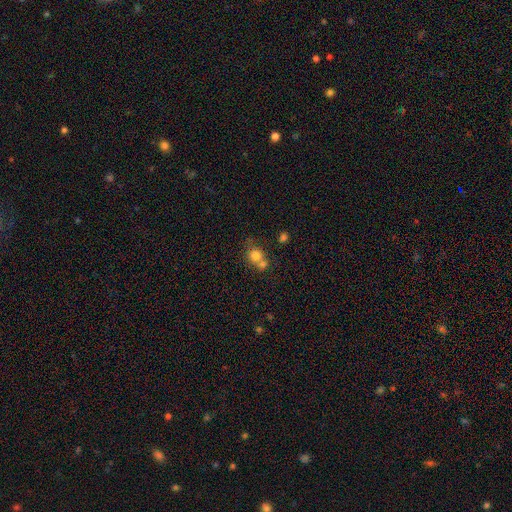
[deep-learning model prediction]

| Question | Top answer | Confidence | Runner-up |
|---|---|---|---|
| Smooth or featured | smooth | 76% | featured or disk (12%) |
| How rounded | round | 80% | in between (19%) |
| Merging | merger | 48% | none (41%) |